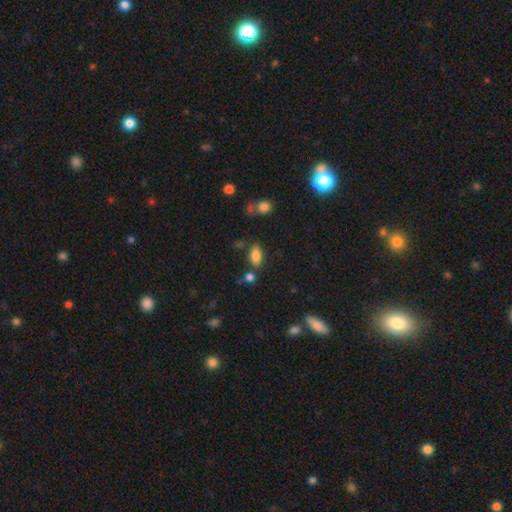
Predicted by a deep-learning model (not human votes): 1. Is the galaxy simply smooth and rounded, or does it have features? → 82% smooth, 10% star or artifact, 8% featured or disk.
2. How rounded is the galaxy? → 89% in between, 6% cigar-shaped, 5% round.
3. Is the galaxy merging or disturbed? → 71% none, 14% minor disturbance, 11% merger, 4% major disturbance.